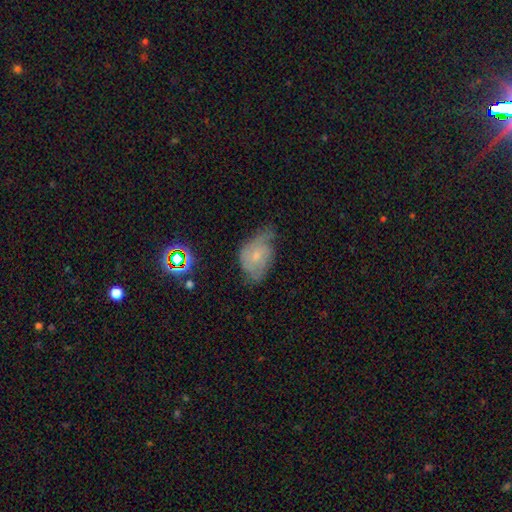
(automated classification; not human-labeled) Smooth or featured: featured or disk — 55% (smooth — 35%)
Edge-on disk: no — 96% (yes — 4%)
Bar: no — 69% (weak — 27%)
Spiral arms: yes — 81% (no — 19%)
Bulge size: small — 65% (moderate — 24%)
Merging: none — 40% (minor disturbance — 39%)